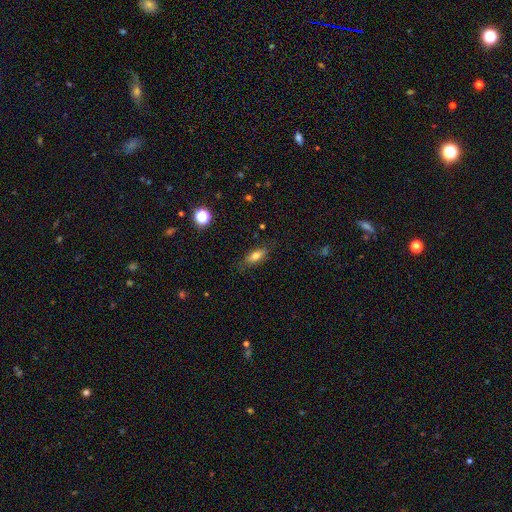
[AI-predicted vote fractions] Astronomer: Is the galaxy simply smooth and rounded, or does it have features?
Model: smooth — 73%.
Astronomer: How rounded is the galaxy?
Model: in between — 74%.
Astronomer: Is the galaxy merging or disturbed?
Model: none — 81%.